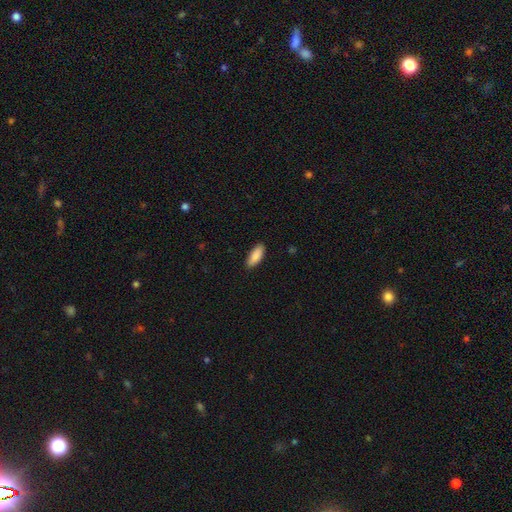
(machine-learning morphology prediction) This appears to be a smooth galaxy with no disk features (89%) that is in between round and cigar-shaped (78%). Merging: none (89%).